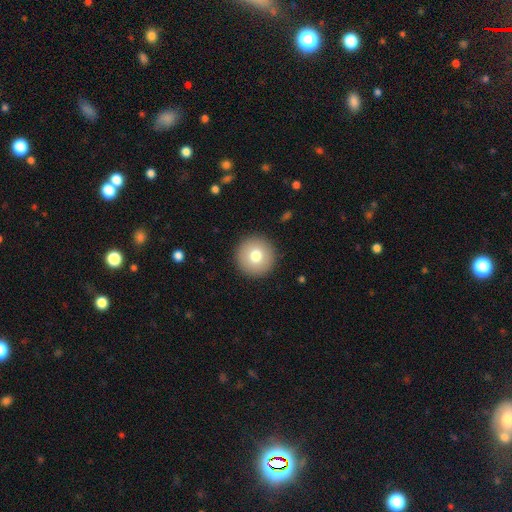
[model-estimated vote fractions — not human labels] smooth 75%, featured or disk 16%, star or artifact 9%. Down the decision tree: how rounded — round (96%); merging — none (92%).